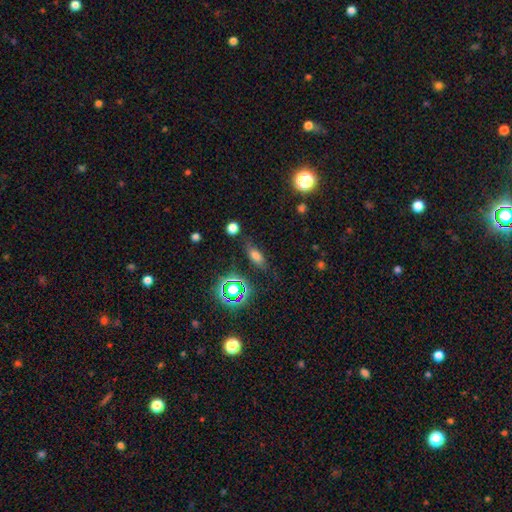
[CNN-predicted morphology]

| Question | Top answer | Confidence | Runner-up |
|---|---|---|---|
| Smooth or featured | smooth | 66% | star or artifact (21%) |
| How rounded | in between | 75% | cigar-shaped (17%) |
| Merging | none | 75% | minor disturbance (16%) |